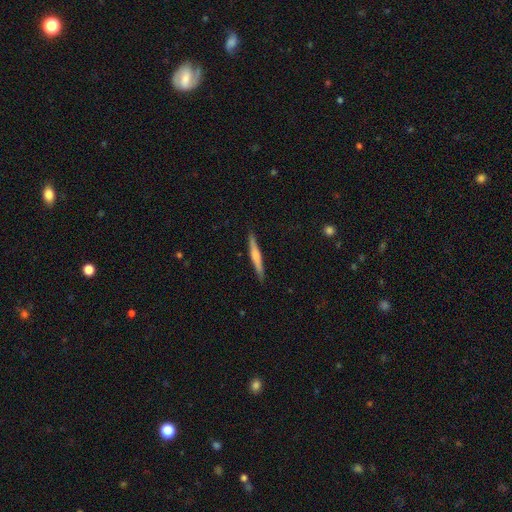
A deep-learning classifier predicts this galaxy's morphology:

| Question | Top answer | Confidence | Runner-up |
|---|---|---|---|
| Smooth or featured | smooth | 49% | featured or disk (45%) |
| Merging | none | 90% | minor disturbance (7%) |